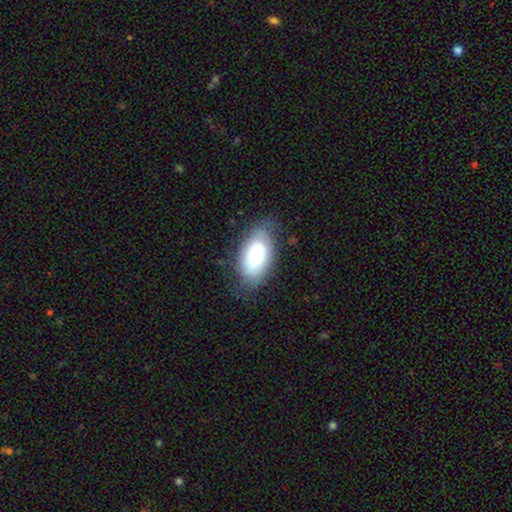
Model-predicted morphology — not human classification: Q: Smooth or featured?
A: smooth (75%); runner-up: featured or disk (17%)
Q: How rounded?
A: in between (94%); runner-up: round (4%)
Q: Merging?
A: none (64%); runner-up: minor disturbance (24%)